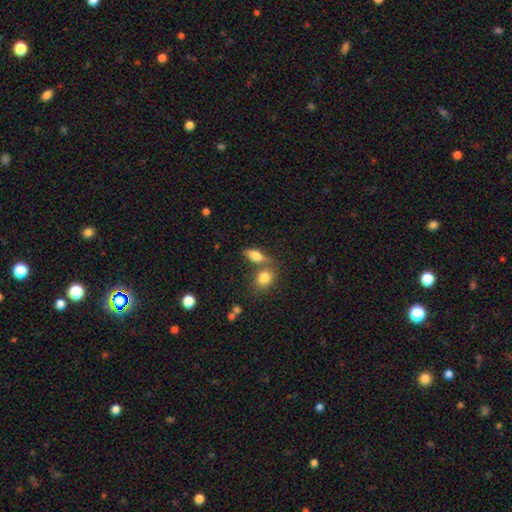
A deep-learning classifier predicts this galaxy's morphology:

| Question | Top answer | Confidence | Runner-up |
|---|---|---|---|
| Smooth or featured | smooth | 73% | featured or disk (18%) |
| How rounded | in between | 74% | cigar-shaped (17%) |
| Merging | none | 55% | merger (28%) |